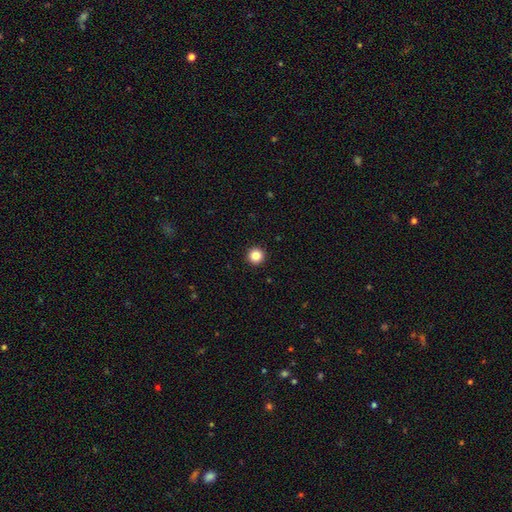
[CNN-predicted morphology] Smooth or featured? smooth (85%)
How rounded? round (96%)
Merging? none (94%)